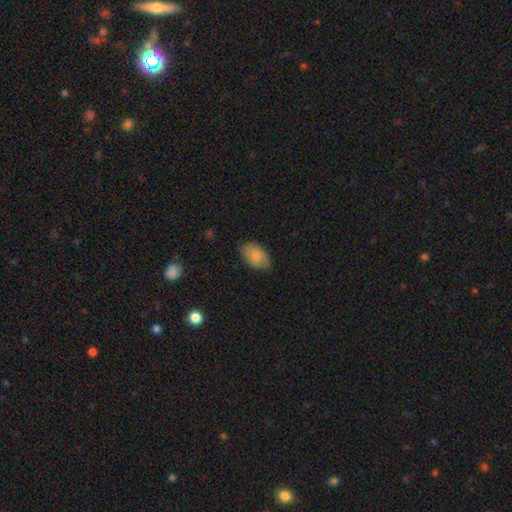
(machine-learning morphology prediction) A smooth galaxy with no disk features (74%) that is in between round and cigar-shaped (91%).

Vote fractions:
- Smooth or featured? smooth: 74% / featured or disk: 19% / star or artifact: 7%
- How rounded? in between: 91% / round: 7% / cigar-shaped: 1%
- Merging? none: 74% / minor disturbance: 21% / major disturbance: 4% / merger: 1%